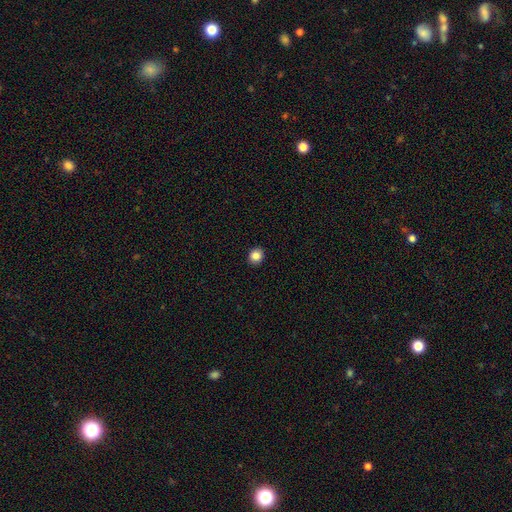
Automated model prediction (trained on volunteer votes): This is clearly a smooth galaxy (85%). How rounded: likely round (75%). Merging: clearly none (92%).